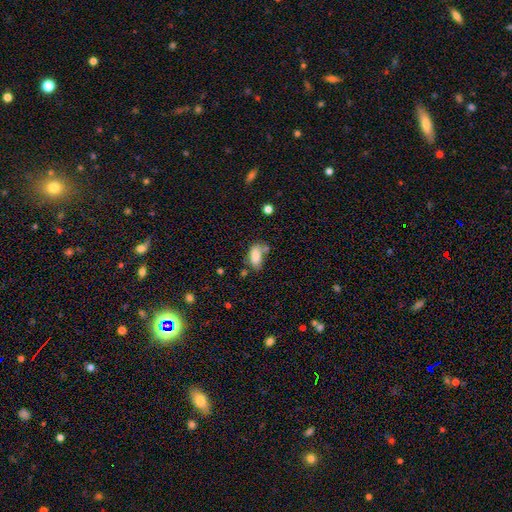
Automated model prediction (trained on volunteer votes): A smooth galaxy with no disk features (83%) that is in between round and cigar-shaped (89%). Merging: none (46%).